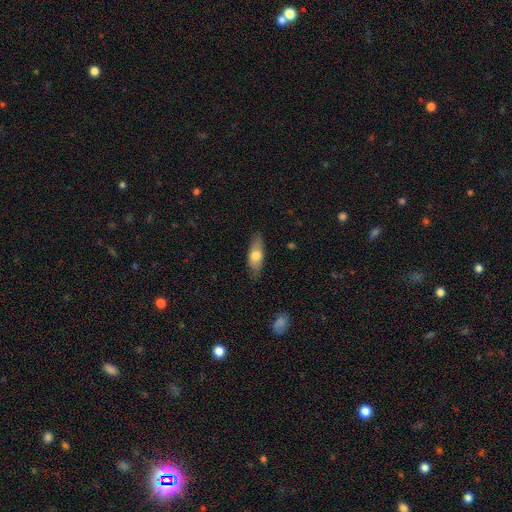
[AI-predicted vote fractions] Overall: smooth (68%). How rounded: in between (73%). Merging: none (81%).